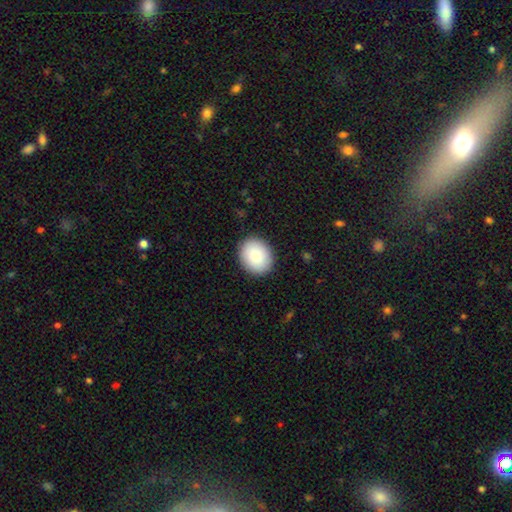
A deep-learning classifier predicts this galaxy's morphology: Q: Smooth or featured?
A: smooth (89%); runner-up: star or artifact (6%)
Q: How rounded?
A: round (53%); runner-up: in between (46%)
Q: Merging?
A: none (90%); runner-up: minor disturbance (7%)